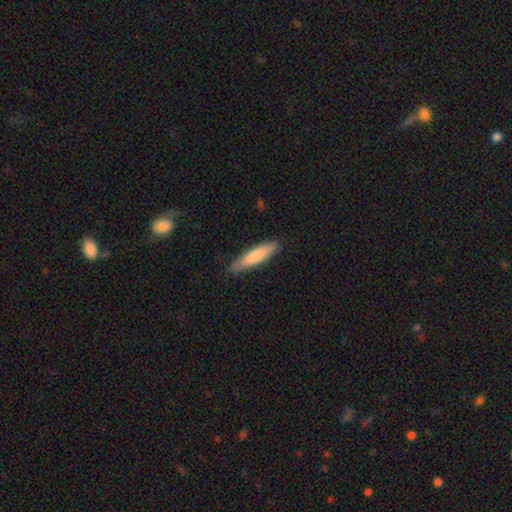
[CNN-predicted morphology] Smooth or featured? Predicted: smooth (p=0.77). How rounded? Predicted: cigar-shaped (p=0.82). Merging? Predicted: none (p=0.84).